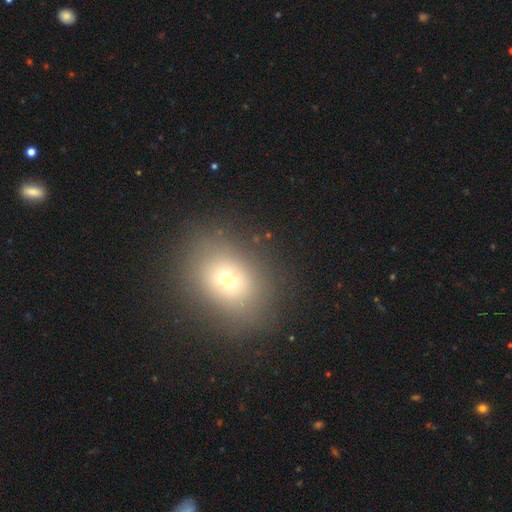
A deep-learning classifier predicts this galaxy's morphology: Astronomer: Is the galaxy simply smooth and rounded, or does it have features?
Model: smooth — 67%.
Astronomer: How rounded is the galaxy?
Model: round — 49%, tied with in between at 49%.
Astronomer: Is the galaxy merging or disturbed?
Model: none — 88%.